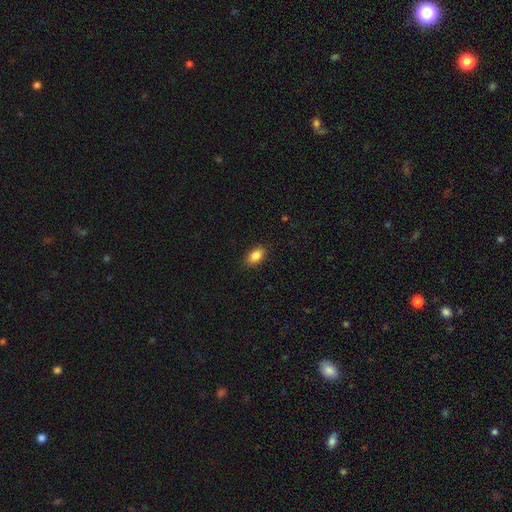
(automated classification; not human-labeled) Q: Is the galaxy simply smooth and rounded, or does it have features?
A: smooth — 86%.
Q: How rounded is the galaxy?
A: in between — 90%.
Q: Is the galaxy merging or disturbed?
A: none — 87%.